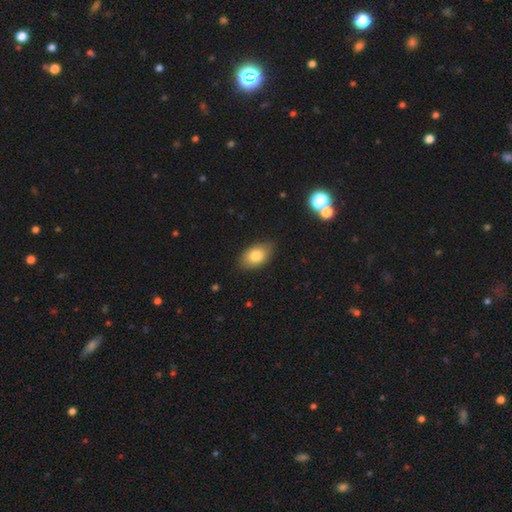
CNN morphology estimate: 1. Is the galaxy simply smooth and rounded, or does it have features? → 81% smooth, 11% featured or disk, 8% star or artifact.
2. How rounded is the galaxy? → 90% in between, 9% round, 2% cigar-shaped.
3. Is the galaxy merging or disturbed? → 83% none, 13% minor disturbance, 2% major disturbance, 1% merger.